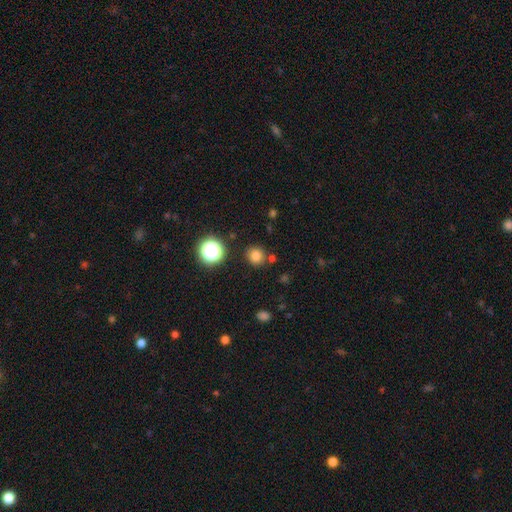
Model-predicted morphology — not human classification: smooth 78%, star or artifact 17%, featured or disk 5%. Down the decision tree: how rounded — round (88%); merging — none (84%).